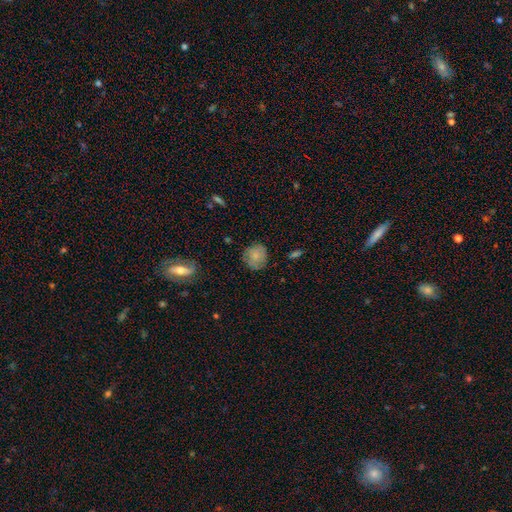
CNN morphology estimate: Smooth or featured? smooth (75%)
How rounded? round (79%)
Merging? none (74%)